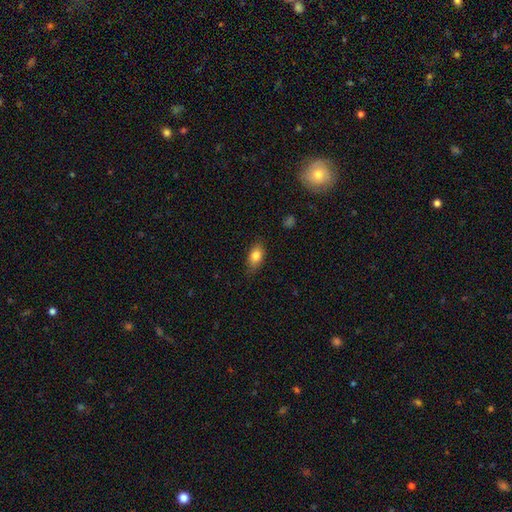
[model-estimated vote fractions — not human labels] smooth_or_featured: smooth (p=0.81) [alt: featured or disk p=0.11]
how_rounded: in between (p=0.86) [alt: round p=0.08]
merging: none (p=0.80) [alt: minor disturbance p=0.16]